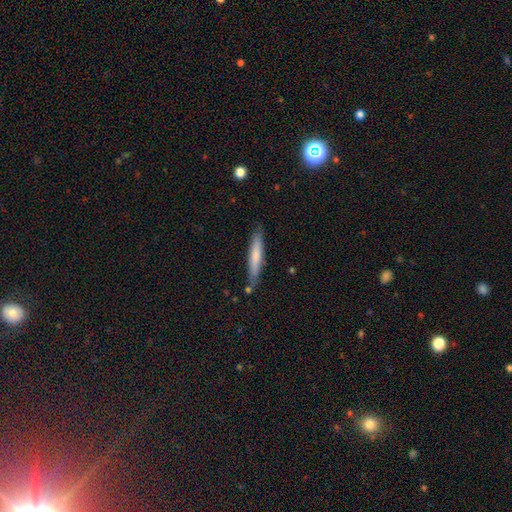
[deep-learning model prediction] Q: Smooth or featured?
A: smooth (70%); runner-up: featured or disk (25%)
Q: How rounded?
A: cigar-shaped (91%); runner-up: in between (8%)
Q: Merging?
A: none (81%); runner-up: minor disturbance (14%)